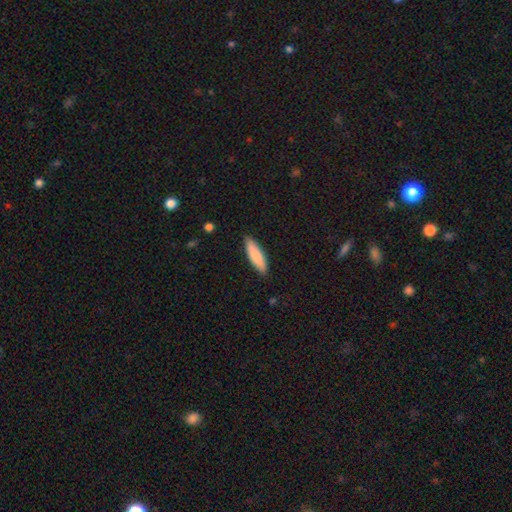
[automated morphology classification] A smooth galaxy with no disk features (84%) that is cigar-shaped (62%). Merging: none (87%).